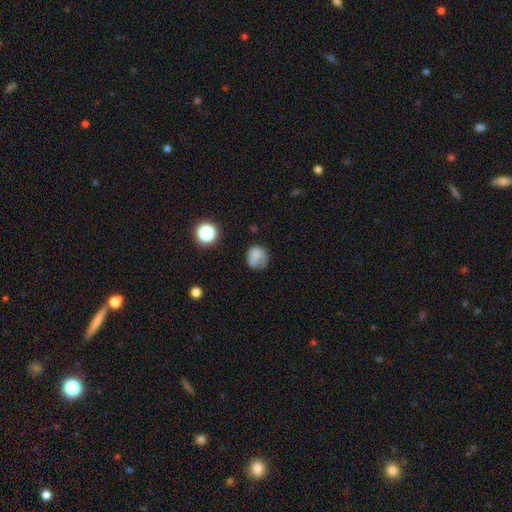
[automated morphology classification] This is likely a smooth galaxy (74%). How rounded: clearly round (81%). Merging: possibly none (56%).